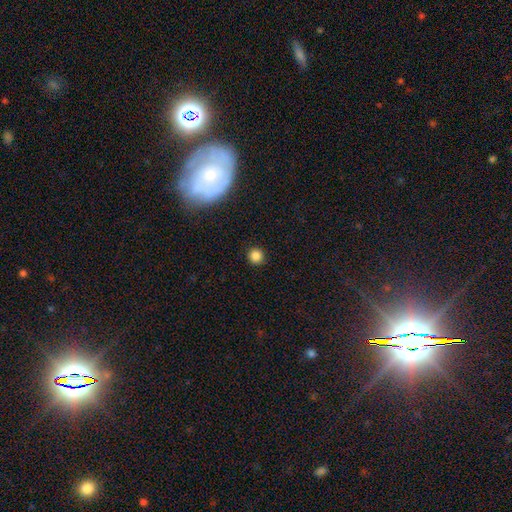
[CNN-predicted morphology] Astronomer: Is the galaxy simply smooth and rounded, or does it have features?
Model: smooth — 84%.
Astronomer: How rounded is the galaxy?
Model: round — 95%.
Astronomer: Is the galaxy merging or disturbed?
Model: none — 92%.